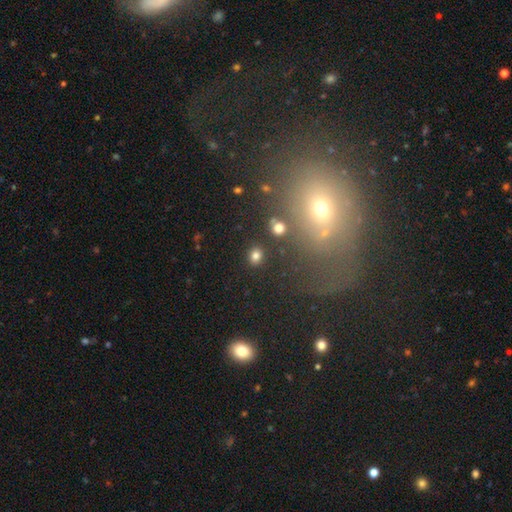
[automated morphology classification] Q: Smooth or featured?
A: smooth (80%); runner-up: star or artifact (14%)
Q: How rounded?
A: round (62%); runner-up: in between (37%)
Q: Merging?
A: none (86%); runner-up: minor disturbance (8%)